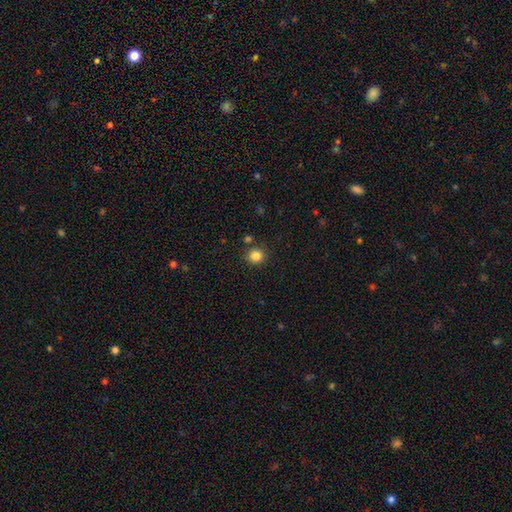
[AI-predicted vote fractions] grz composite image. It shows a smooth galaxy with no disk features (84%) that is round (92%). Merging: none (85%).